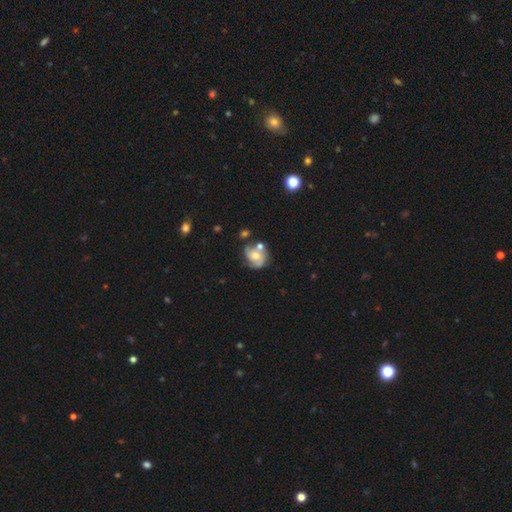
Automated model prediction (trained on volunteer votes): featured or disk 65%, smooth 27%, star or artifact 8%. Down the decision tree: edge-on disk — no (98%); bar — no (69%); spiral arms — yes (83%); spiral arm count — 2 (55%); spiral winding — medium (46%); bulge size — moderate (59%); merging — none (47%).